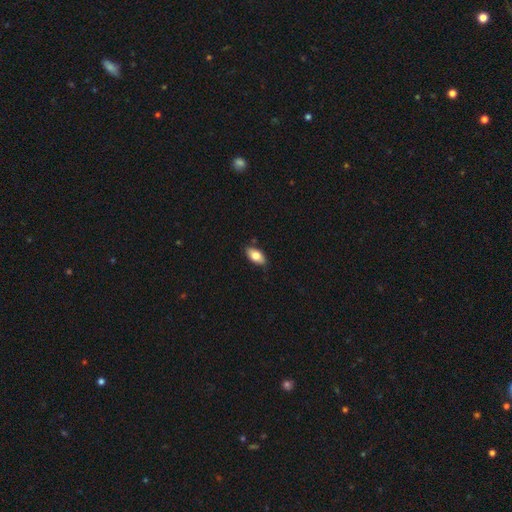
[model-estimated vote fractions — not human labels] A smooth galaxy with no disk features (79%) that is in between round and cigar-shaped (92%).

Vote fractions:
- Smooth or featured? smooth: 79% / featured or disk: 14% / star or artifact: 7%
- How rounded? in between: 92% / cigar-shaped: 5% / round: 3%
- Merging? none: 85% / minor disturbance: 11% / major disturbance: 2% / merger: 1%